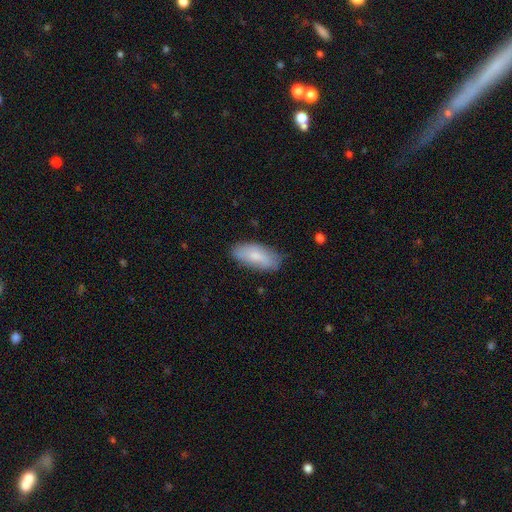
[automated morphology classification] Smooth or featured: smooth — 76% (featured or disk — 18%)
How rounded: in between — 86% (cigar-shaped — 12%)
Merging: none — 75% (minor disturbance — 20%)